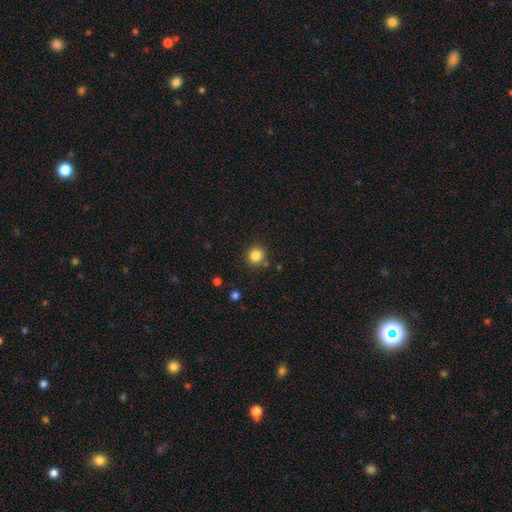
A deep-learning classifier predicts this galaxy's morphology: Smooth or featured? Predicted: smooth (p=0.84). How rounded? Predicted: round (p=0.92). Merging? Predicted: none (p=0.86).